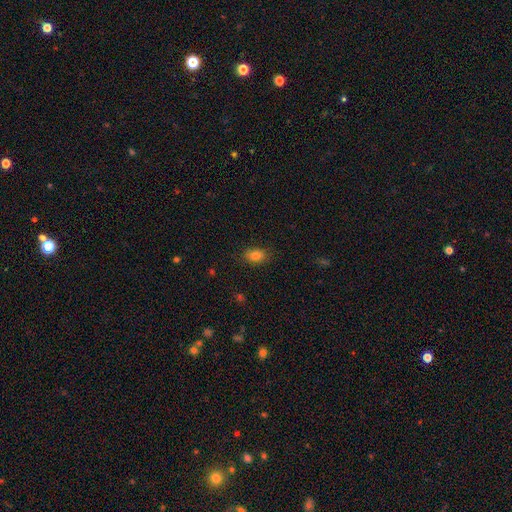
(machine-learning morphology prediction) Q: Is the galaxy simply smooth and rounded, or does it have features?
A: smooth — 81%.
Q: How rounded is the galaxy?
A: in between — 74%.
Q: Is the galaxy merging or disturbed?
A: none — 84%.